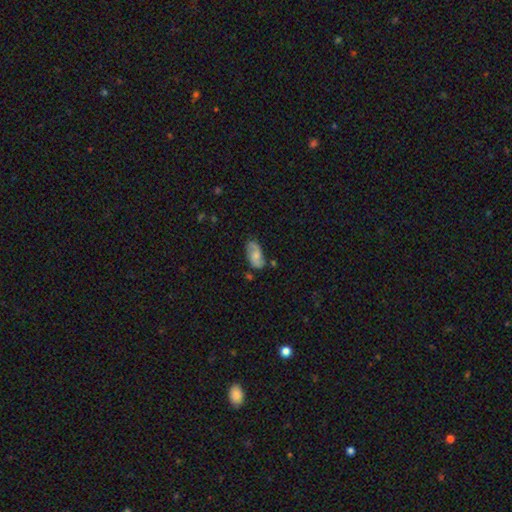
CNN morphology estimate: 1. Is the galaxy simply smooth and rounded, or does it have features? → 50% smooth, 42% featured or disk, 7% star or artifact.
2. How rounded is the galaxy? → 91% in between, 5% cigar-shaped, 4% round.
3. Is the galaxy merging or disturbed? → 68% none, 22% minor disturbance, 6% major disturbance, 5% merger.